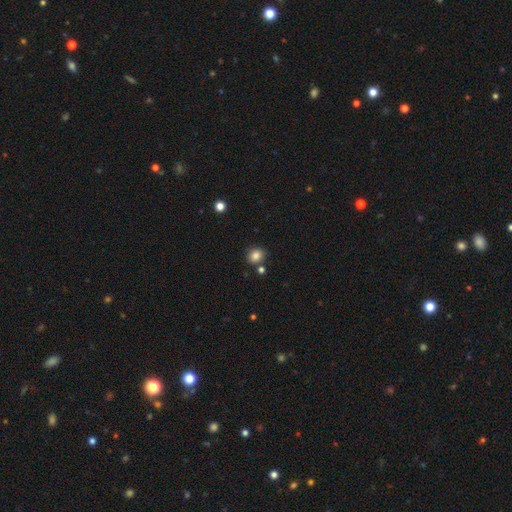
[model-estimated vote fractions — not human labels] This appears to be a smooth galaxy with no disk features (84%) that is round (71%). Merging: none (80%).